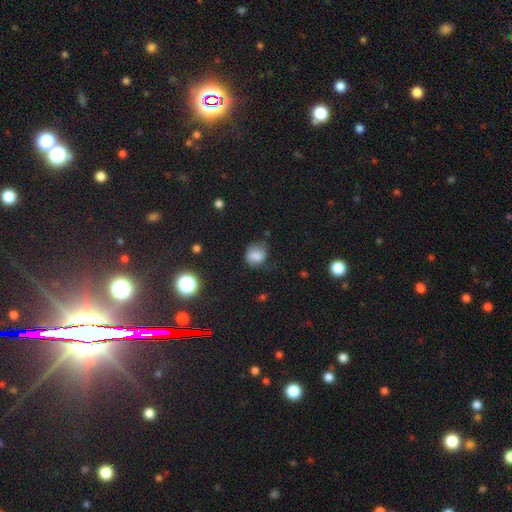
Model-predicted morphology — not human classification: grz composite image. It shows a smooth galaxy with no disk features (71%) that is round (64%). Merging: none (58%).